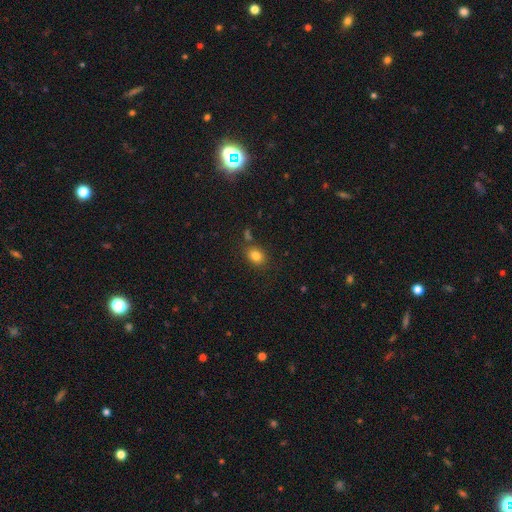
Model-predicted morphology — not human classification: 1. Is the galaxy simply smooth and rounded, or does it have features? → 81% smooth, 12% star or artifact, 7% featured or disk.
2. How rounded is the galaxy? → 57% in between, 42% round, 1% cigar-shaped.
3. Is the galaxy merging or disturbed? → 77% none, 12% minor disturbance, 7% merger, 4% major disturbance.